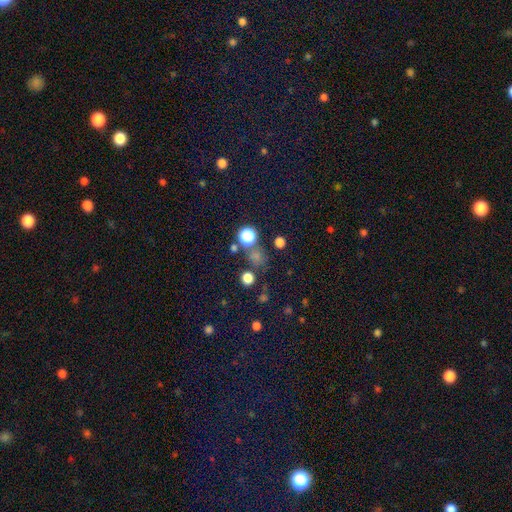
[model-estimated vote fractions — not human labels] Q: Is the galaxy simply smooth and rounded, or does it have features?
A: smooth — 63%.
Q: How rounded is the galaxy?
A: round — 82%.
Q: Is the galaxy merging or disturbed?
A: none — 70%.